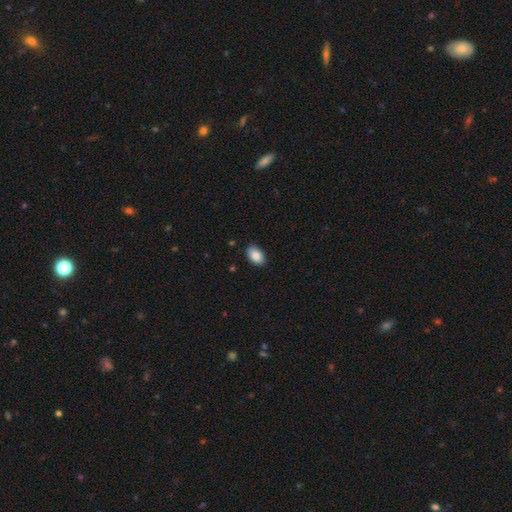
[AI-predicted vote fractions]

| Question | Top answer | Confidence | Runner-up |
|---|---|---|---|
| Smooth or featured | smooth | 88% | star or artifact (7%) |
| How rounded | in between | 91% | round (8%) |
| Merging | none | 88% | minor disturbance (9%) |